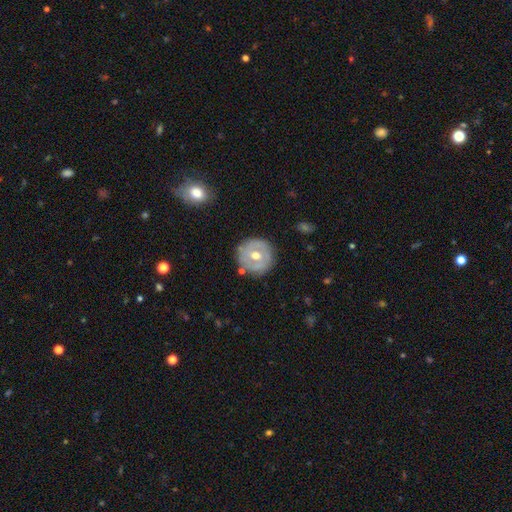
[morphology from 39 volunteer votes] Smooth or featured?
  - featured or disk: 67% *
  - smooth: 31%
  - star or artifact: 3%
Edge-on disk?
  - no: 100% *
  - yes: 0%
Bar?
  - no: 50% *
  - weak: 31%
  - strong: 19%
Spiral arms?
  - yes: 54% *
  - no: 46%
Spiral winding?
  - tight: 79% *
  - loose: 14%
  - medium: 7%
Spiral arm count?
  - can't tell: 57% *
  - 2: 36%
  - 3: 7%
  - 1: 0%
  - 4: 0%
  - more than 4: 0%
Bulge size?
  - moderate: 88% *
  - small: 12%
  - dominant: 0%
  - large: 0%
  - none: 0%
Merging?
  - none: 76% *
  - minor disturbance: 24%
  - major disturbance: 0%
  - merger: 0%